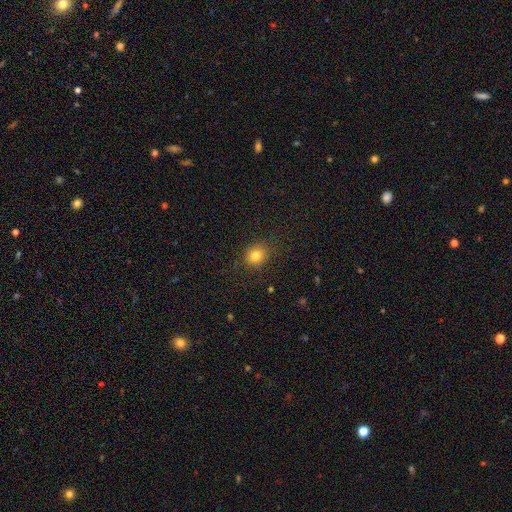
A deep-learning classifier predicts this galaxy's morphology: A smooth galaxy with no disk features (80%) that is round (65%). Merging: none (85%).